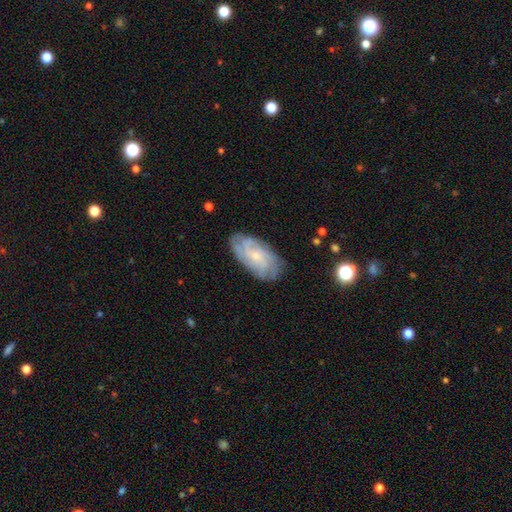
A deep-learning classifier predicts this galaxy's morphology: smooth-or-featured: featured or disk: 72% | smooth: 20% | star or artifact: 7%
  disk-edge-on: no: 94% | yes: 6%
    bar: no: 70% | weak: 26% | strong: 4%
    has-spiral-arms: yes: 93% | no: 7%
      spiral-winding: tight: 62% | medium: 29% | loose: 9%
      spiral-arm-count: can't tell: 40% | 4: 21% | 3: 15% | 2: 11% | more than 4: 8% | 1: 5%
    bulge-size: small: 76% | moderate: 18% | none: 5% | large: 1% | dominant: 1%
  merging: none: 79% | minor disturbance: 16% | major disturbance: 4% | merger: 1%